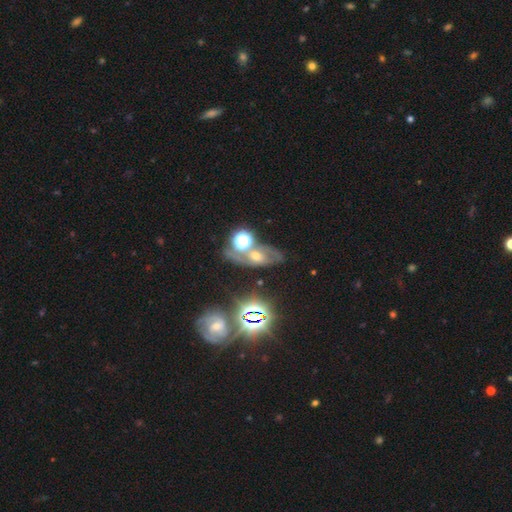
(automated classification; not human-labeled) Smooth or featured: featured or disk — 45% (star or artifact — 31%)
Merging: none — 55% (merger — 19%)